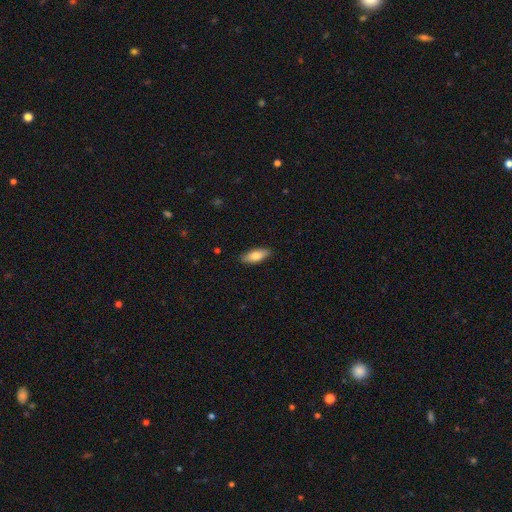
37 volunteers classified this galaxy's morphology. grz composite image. It shows a smooth galaxy with no disk features (70%) that is in between round and cigar-shaped (77%). Merging: none (92%).